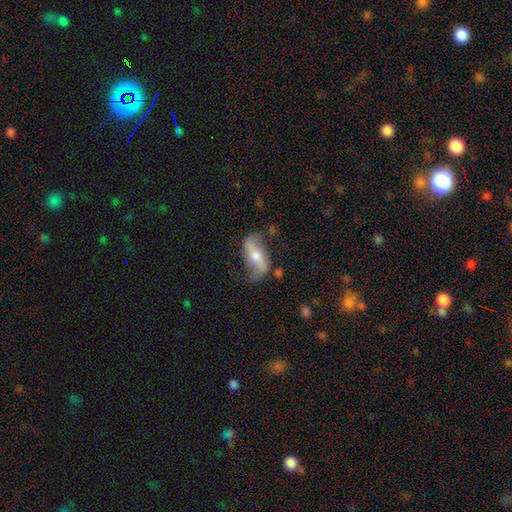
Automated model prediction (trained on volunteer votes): The model was most divided on "bar": strong: 37%, no: 33%, weak: 31%. More confident: edge-on disk — no (84%); spiral arms — yes (83%); smooth or featured — featured or disk (67%); merging — none (67%); bulge size — moderate (61%).